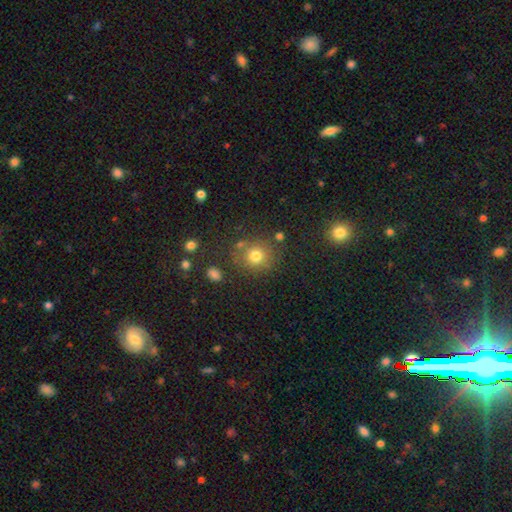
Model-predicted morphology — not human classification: A smooth galaxy with no disk features (75%) that is round (87%).

Vote fractions:
- Smooth or featured? smooth: 75% / star or artifact: 16% / featured or disk: 9%
- How rounded? round: 87% / in between: 12% / cigar-shaped: 1%
- Merging? none: 77% / minor disturbance: 11% / merger: 7% / major disturbance: 5%